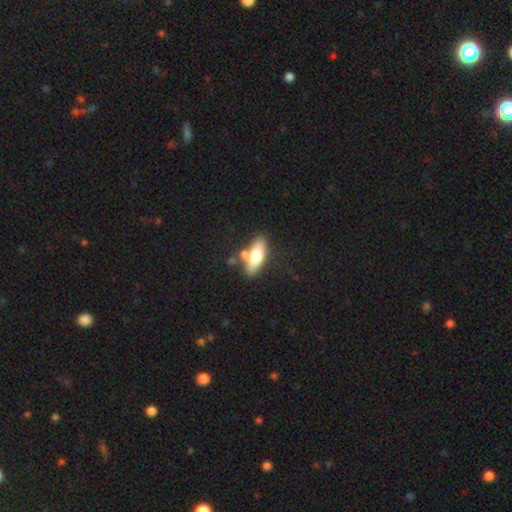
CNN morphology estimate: A smooth galaxy with no disk features (63%) that is in between round and cigar-shaped (70%).

Vote fractions:
- Smooth or featured? smooth: 63% / featured or disk: 30% / star or artifact: 6%
- How rounded? in between: 70% / cigar-shaped: 26% / round: 4%
- Merging? none: 62% / merger: 17% / minor disturbance: 16% / major disturbance: 5%